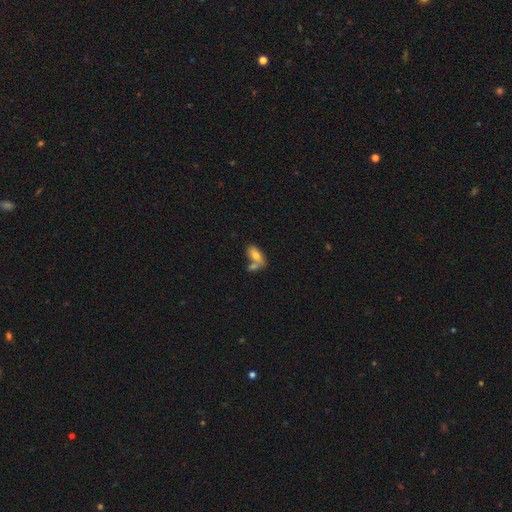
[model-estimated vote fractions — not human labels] A smooth galaxy with no disk features (73%) that is in between round and cigar-shaped (88%). Merging: merger (43%).